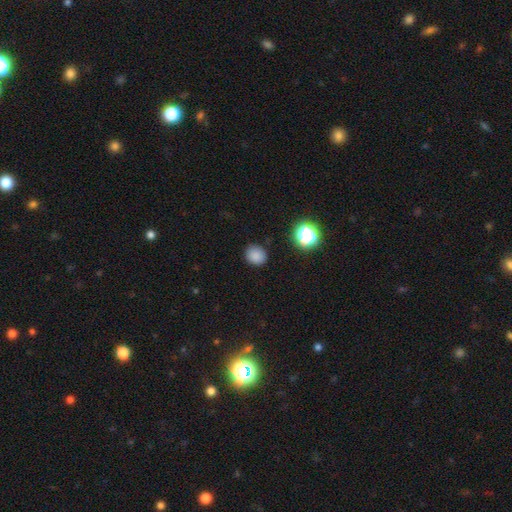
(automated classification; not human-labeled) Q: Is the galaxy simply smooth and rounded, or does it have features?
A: smooth — 82%.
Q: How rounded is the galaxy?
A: round — 76%.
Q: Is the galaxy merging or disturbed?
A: none — 87%.